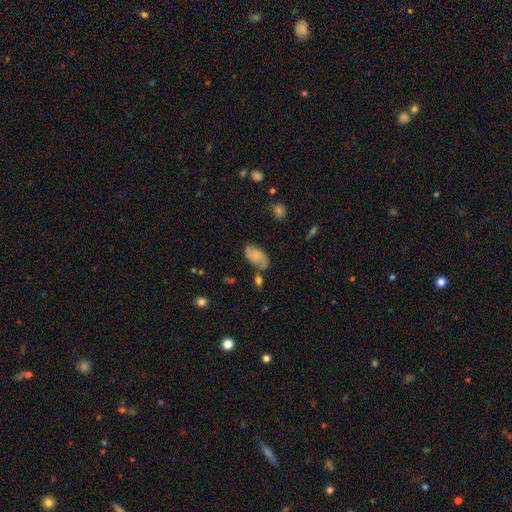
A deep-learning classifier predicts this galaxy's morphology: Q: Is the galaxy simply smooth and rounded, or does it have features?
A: smooth — 56%.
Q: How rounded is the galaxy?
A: in between — 93%.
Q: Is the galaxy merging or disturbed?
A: none — 52%.